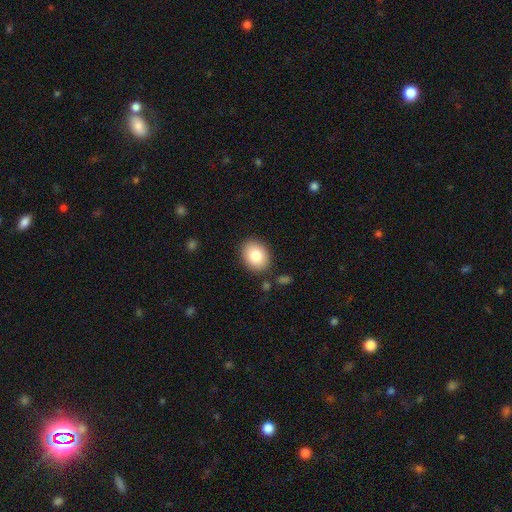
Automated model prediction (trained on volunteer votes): smooth_or_featured: smooth (p=0.84) [alt: featured or disk p=0.08]
how_rounded: in between (p=0.56) [alt: round p=0.43]
merging: none (p=0.85) [alt: minor disturbance p=0.10]